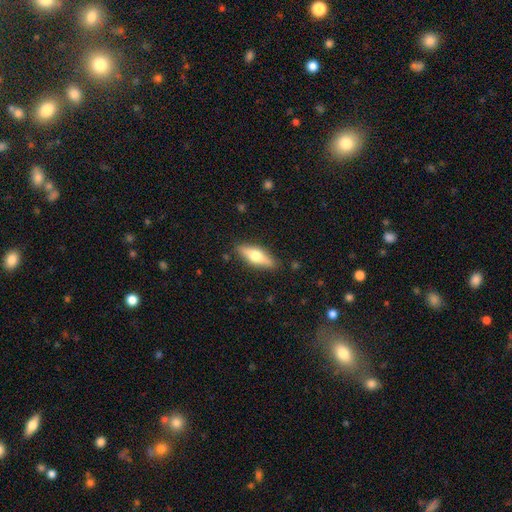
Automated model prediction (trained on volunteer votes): smooth_or_featured: smooth (p=0.50) [alt: featured or disk p=0.44]
how_rounded: in between (p=0.51) [alt: cigar-shaped p=0.46]
merging: none (p=0.87) [alt: minor disturbance p=0.10]